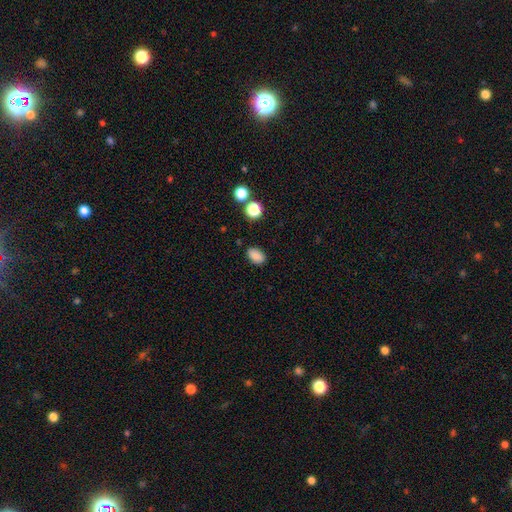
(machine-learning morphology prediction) Smooth or featured: smooth — 85% (star or artifact — 10%)
How rounded: in between — 87% (round — 12%)
Merging: none — 85% (minor disturbance — 10%)